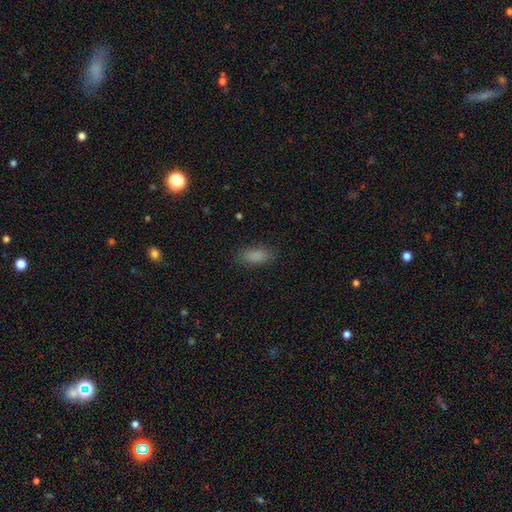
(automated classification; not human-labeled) This is clearly a smooth galaxy (86%). How rounded: clearly in between (87%). Merging: clearly none (84%).